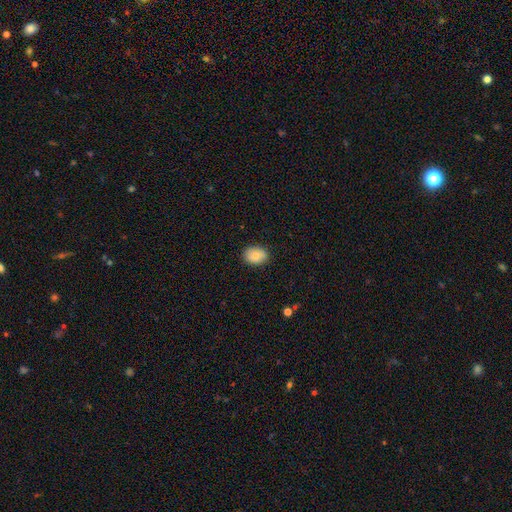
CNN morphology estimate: The model was most divided on "how rounded": in between: 71%, round: 28%, cigar-shaped: 1%. More confident: merging — none (85%); smooth or featured — smooth (80%).